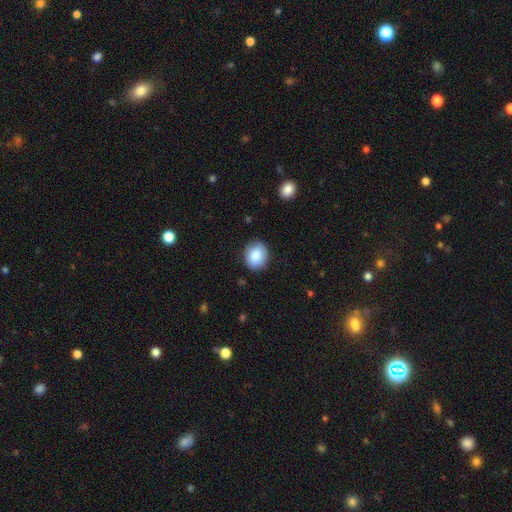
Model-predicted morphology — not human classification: smooth 86%, star or artifact 7%, featured or disk 6%. Down the decision tree: how rounded — round (66%); merging — none (84%).